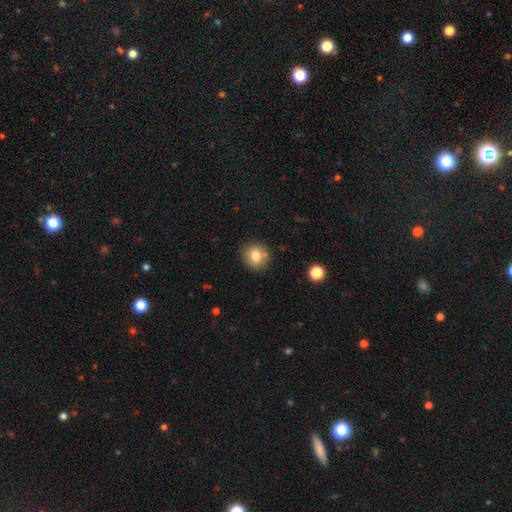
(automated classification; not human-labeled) Overall: smooth (78%). How rounded: round (86%). Merging: none (80%).